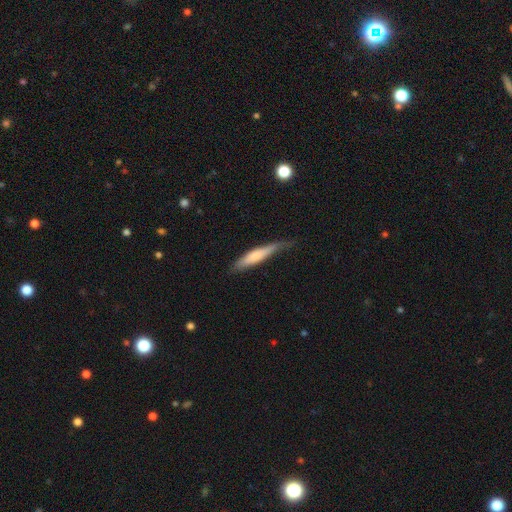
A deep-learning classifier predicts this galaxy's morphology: Smooth or featured? Predicted: smooth (p=0.64). How rounded? Predicted: cigar-shaped (p=0.86). Merging? Predicted: none (p=0.58).